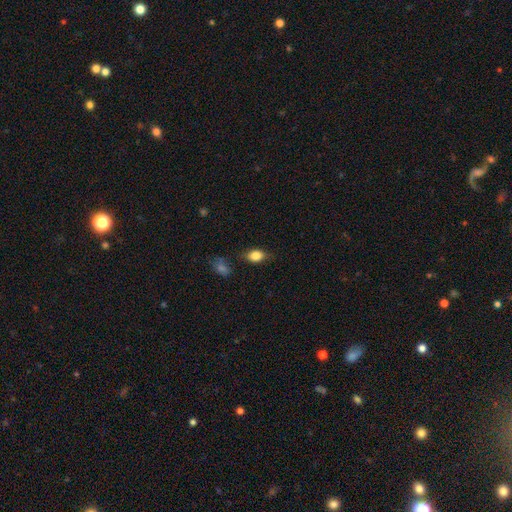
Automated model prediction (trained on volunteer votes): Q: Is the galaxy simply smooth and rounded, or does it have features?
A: smooth — 83%.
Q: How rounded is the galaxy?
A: in between — 79%.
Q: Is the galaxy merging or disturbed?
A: none — 74%.